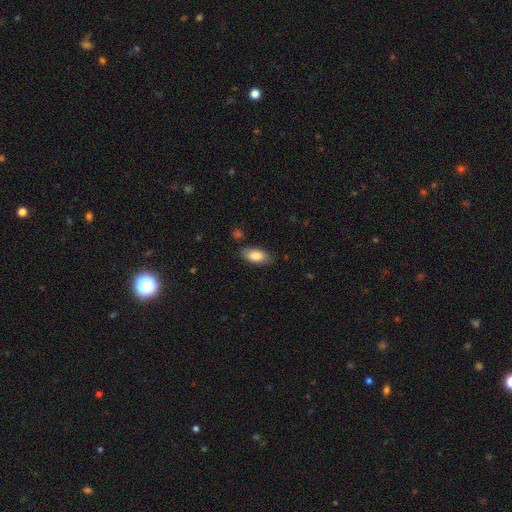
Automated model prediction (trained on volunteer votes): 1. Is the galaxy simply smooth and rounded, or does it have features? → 84% smooth, 10% featured or disk, 6% star or artifact.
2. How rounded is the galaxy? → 91% in between, 6% cigar-shaped, 3% round.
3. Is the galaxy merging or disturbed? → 78% none, 16% minor disturbance, 4% major disturbance, 2% merger.